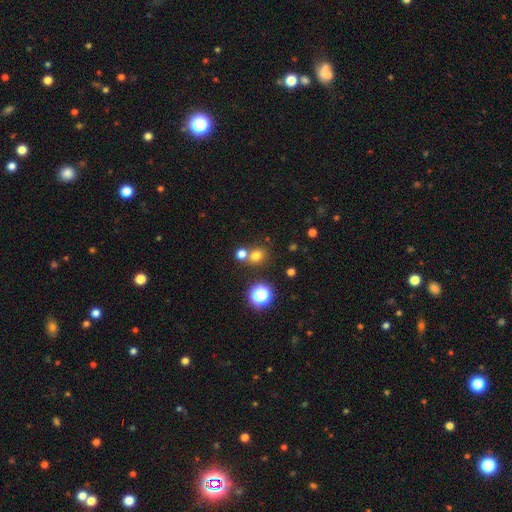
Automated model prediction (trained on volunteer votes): smooth_or_featured: smooth (p=0.71) [alt: star or artifact p=0.21]
how_rounded: round (p=0.81) [alt: in between p=0.18]
merging: none (p=0.63) [alt: merger p=0.26]